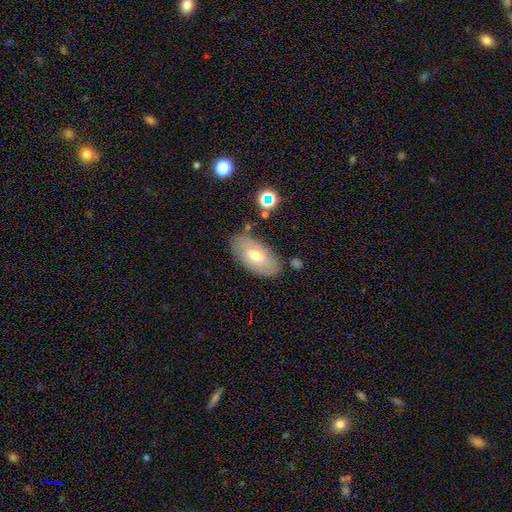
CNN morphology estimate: This appears to be a smooth galaxy with no disk features (58%) that is in between round and cigar-shaped (93%). Merging: none (79%).